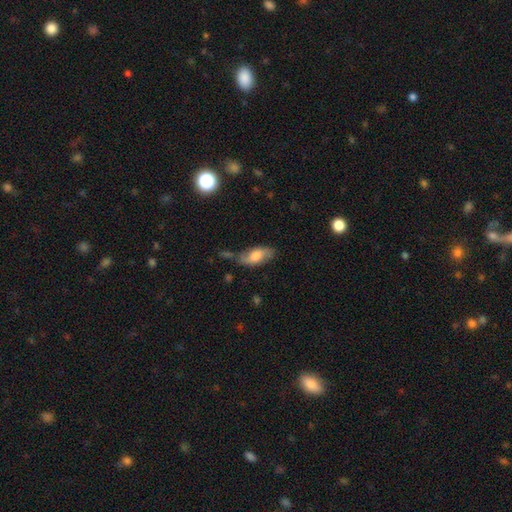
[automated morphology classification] This is possibly a smooth galaxy (55%). How rounded: clearly in between (87%). Merging: possibly none (59%).